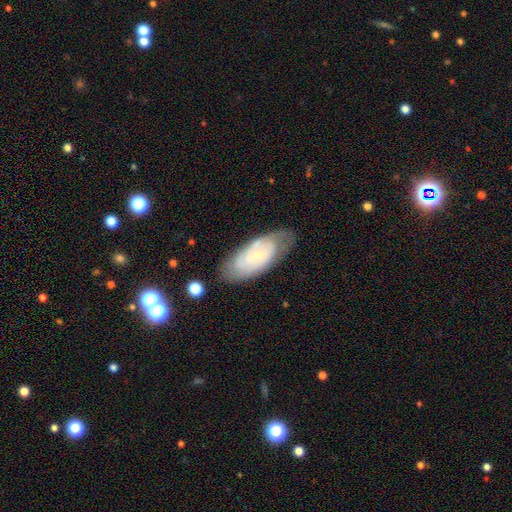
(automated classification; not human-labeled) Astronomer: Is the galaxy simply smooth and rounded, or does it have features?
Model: featured or disk — 66%.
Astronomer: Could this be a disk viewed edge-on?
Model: no — 92%.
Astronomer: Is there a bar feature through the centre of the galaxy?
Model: no — 62%.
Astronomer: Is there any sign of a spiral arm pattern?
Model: yes — 85%.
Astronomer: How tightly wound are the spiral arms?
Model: tight — 61%.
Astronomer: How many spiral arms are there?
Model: can't tell — 42%, tied with 2 at 42%.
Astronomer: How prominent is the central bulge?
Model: small — 80%.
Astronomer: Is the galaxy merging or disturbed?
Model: none — 72%.